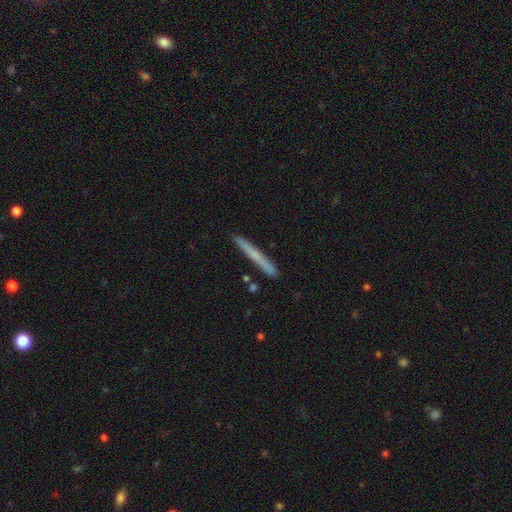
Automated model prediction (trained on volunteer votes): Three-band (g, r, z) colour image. It shows a smooth galaxy with no disk features (59%) that is cigar-shaped (97%). Merging: none (89%).